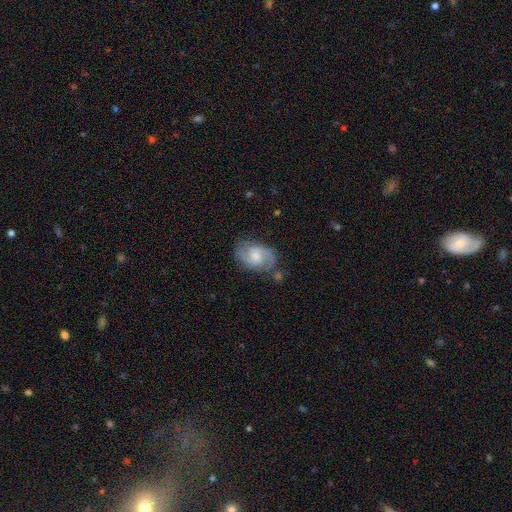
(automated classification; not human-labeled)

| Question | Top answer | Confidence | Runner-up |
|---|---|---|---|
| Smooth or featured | featured or disk | 81% | smooth (14%) |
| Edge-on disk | no | 98% | yes (2%) |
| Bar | weak | 47% | no (45%) |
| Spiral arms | yes | 96% | no (4%) |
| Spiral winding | medium | 56% | loose (24%) |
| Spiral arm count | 2 | 91% | can't tell (4%) |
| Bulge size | moderate | 49% | small (36%) |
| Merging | none | 74% | minor disturbance (18%) |